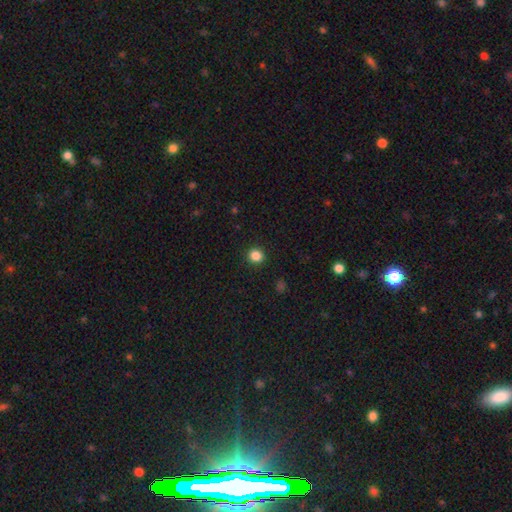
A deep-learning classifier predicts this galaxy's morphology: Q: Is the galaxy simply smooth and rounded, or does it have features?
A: smooth — 85%.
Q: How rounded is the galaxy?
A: round — 87%.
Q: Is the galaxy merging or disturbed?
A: none — 92%.